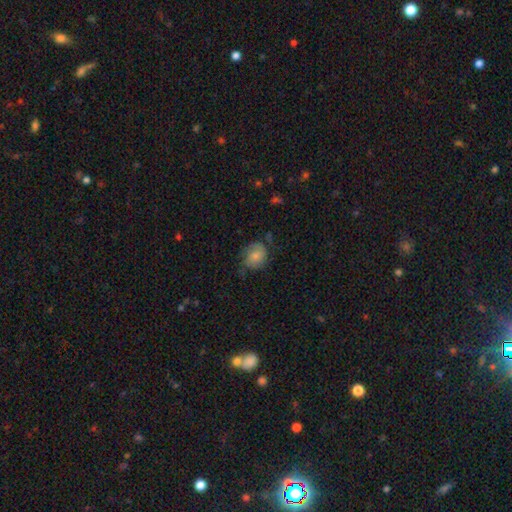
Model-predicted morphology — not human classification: Q: Smooth or featured?
A: smooth (62%); runner-up: featured or disk (29%)
Q: How rounded?
A: round (62%); runner-up: in between (37%)
Q: Merging?
A: none (53%); runner-up: minor disturbance (31%)